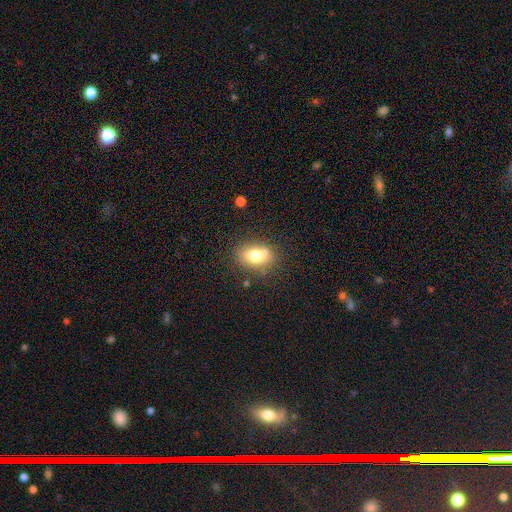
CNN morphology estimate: A smooth galaxy with no disk features (71%) that is in between round and cigar-shaped (64%).

Vote fractions:
- Smooth or featured? smooth: 71% / featured or disk: 18% / star or artifact: 11%
- How rounded? in between: 64% / round: 34% / cigar-shaped: 2%
- Merging? none: 66% / minor disturbance: 15% / merger: 14% / major disturbance: 5%